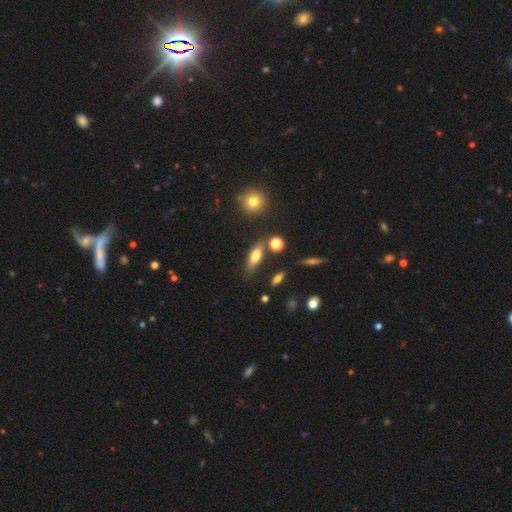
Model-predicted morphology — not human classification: A smooth galaxy with no disk features (72%) that is in between round and cigar-shaped (70%).

Vote fractions:
- Smooth or featured? smooth: 72% / featured or disk: 19% / star or artifact: 9%
- How rounded? in between: 70% / cigar-shaped: 24% / round: 5%
- Merging? none: 70% / minor disturbance: 16% / merger: 9% / major disturbance: 5%